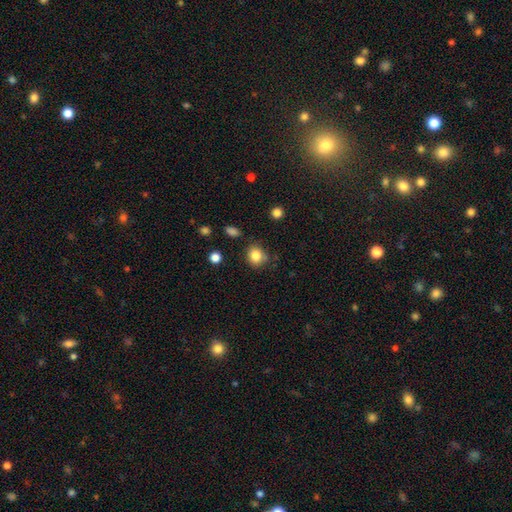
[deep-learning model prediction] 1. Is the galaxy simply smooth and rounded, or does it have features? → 83% smooth, 11% star or artifact, 7% featured or disk.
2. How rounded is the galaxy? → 68% round, 31% in between, 1% cigar-shaped.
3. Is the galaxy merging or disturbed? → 74% none, 18% minor disturbance, 4% major disturbance, 4% merger.